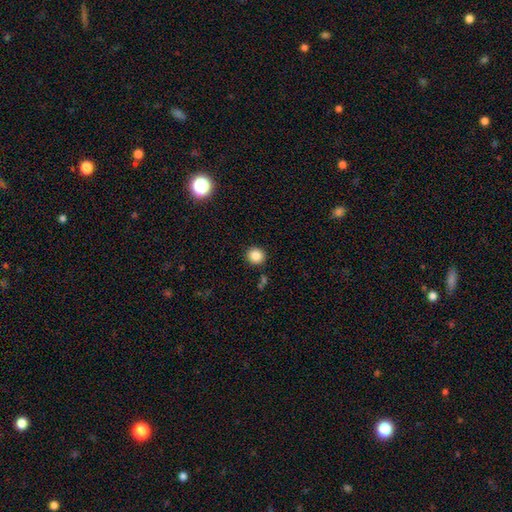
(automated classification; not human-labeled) smooth_or_featured: smooth (p=0.86) [alt: star or artifact p=0.10]
how_rounded: round (p=0.90) [alt: in between p=0.09]
merging: none (p=0.89) [alt: minor disturbance p=0.06]